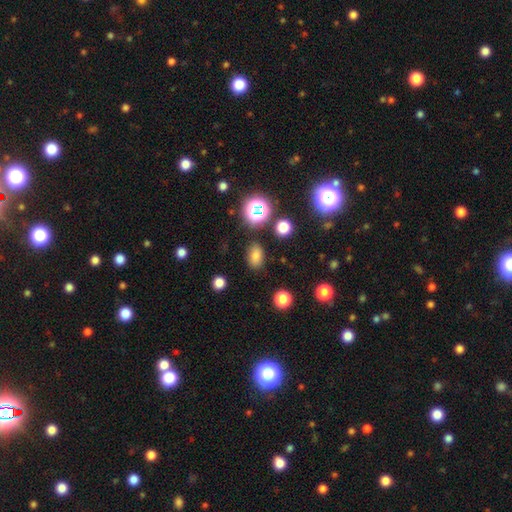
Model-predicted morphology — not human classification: smooth-or-featured: smooth: 76% | star or artifact: 17% | featured or disk: 7%
  how-rounded: in between: 83% | round: 16% | cigar-shaped: 2%
  merging: none: 83% | minor disturbance: 11% | major disturbance: 3% | merger: 3%